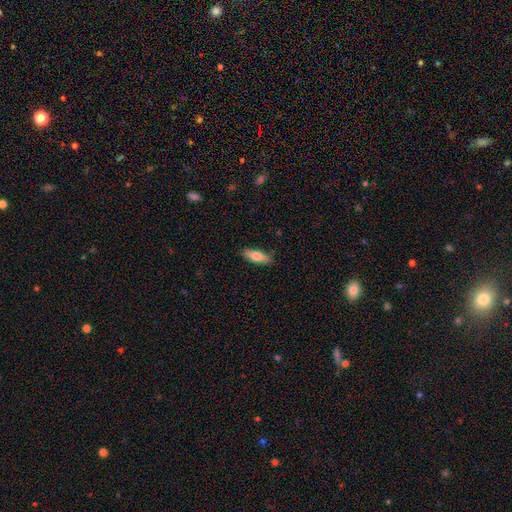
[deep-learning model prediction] Morphology: type=smooth (78%); roundness=in between (56%); merging=none (86%).